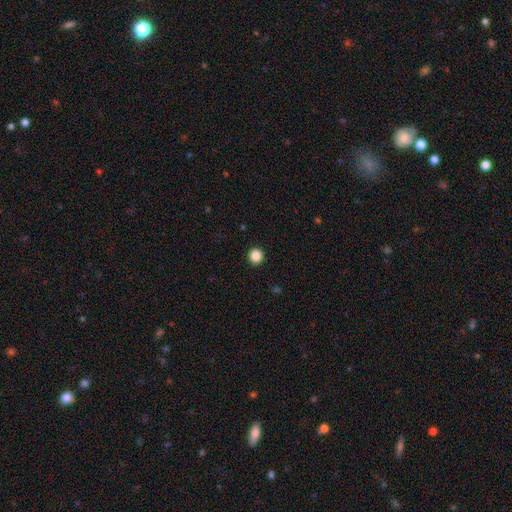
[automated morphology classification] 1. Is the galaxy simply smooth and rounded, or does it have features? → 86% smooth, 11% star or artifact, 3% featured or disk.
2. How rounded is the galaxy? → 95% round, 4% in between, 1% cigar-shaped.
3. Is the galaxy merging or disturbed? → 94% none, 4% minor disturbance, 1% major disturbance, 1% merger.